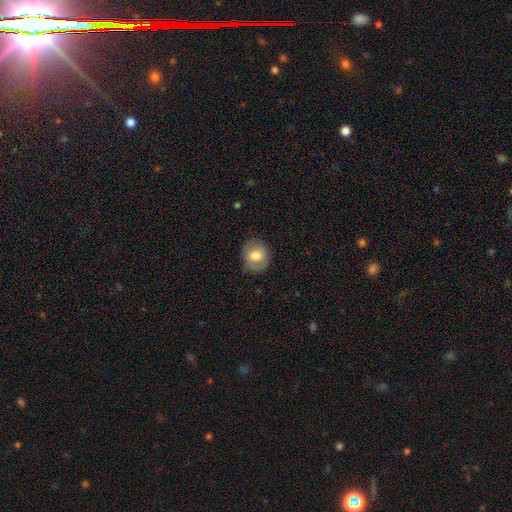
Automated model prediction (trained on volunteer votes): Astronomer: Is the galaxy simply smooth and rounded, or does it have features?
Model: smooth — 70%.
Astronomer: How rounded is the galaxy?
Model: round — 72%.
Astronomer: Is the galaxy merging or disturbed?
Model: none — 74%.